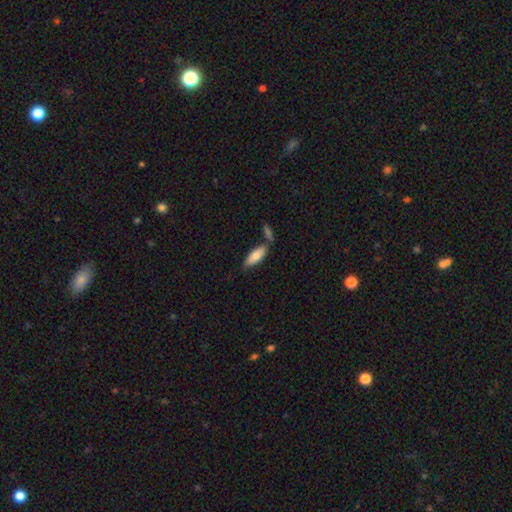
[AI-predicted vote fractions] Smooth or featured? smooth (75%)
How rounded? in between (69%)
Merging? none (66%)